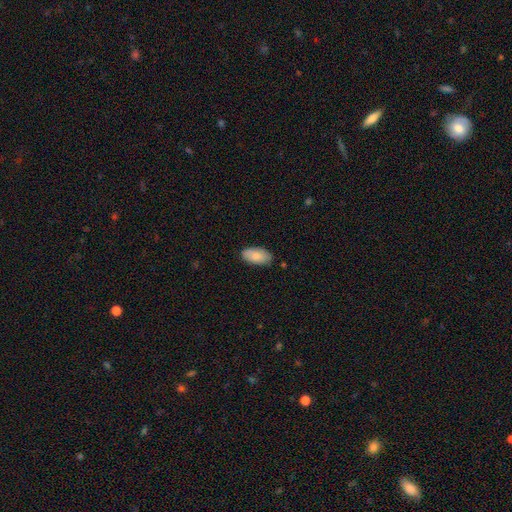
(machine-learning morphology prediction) This is clearly a smooth galaxy (82%). How rounded: clearly in between (95%). Merging: clearly none (85%).